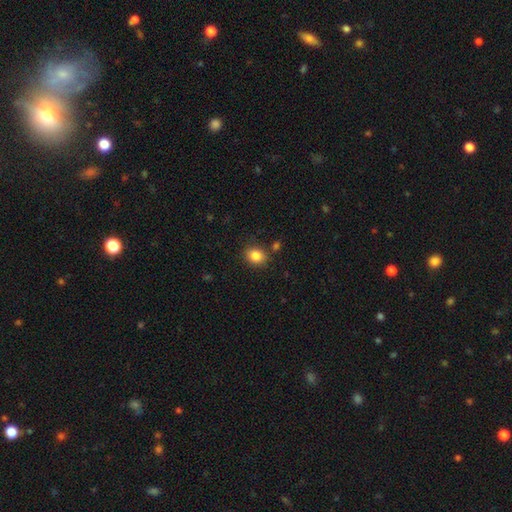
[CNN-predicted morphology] Smooth or featured?
  - smooth: 85% *
  - star or artifact: 10%
  - featured or disk: 5%
How rounded?
  - round: 58% *
  - in between: 41%
  - cigar-shaped: 1%
Merging?
  - none: 83% *
  - minor disturbance: 10%
  - merger: 4%
  - major disturbance: 3%